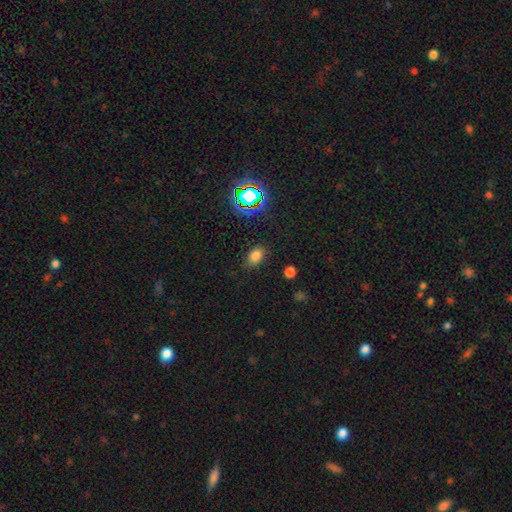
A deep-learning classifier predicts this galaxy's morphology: smooth 74%, star or artifact 19%, featured or disk 7%. Down the decision tree: how rounded — in between (78%); merging — none (78%).